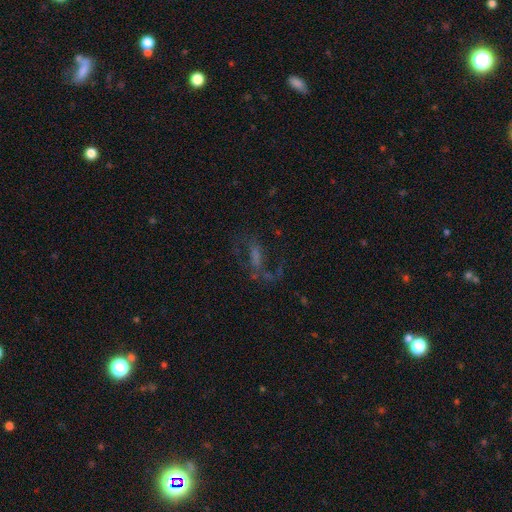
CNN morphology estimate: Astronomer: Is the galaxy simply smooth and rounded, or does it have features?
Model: featured or disk — 59%.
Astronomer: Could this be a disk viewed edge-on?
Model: no — 93%.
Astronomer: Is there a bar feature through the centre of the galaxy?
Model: weak — 39% (runner-up: no, 32%).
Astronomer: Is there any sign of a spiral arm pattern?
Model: yes — 73%.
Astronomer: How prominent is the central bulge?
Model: none — 49%.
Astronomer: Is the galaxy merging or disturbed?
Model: none — 51% (runner-up: major disturbance, 30%).